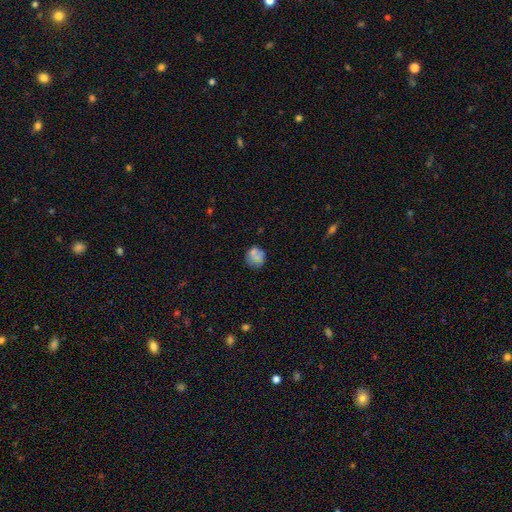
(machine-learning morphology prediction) The model was most divided on "smooth or featured": smooth: 63%, featured or disk: 24%, star or artifact: 12%. More confident: how rounded — round (82%); merging — none (62%).